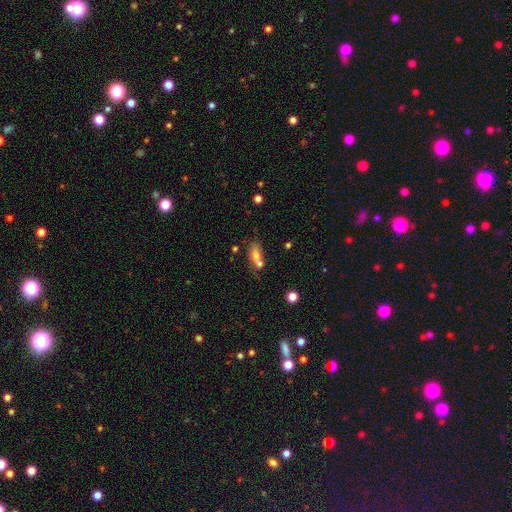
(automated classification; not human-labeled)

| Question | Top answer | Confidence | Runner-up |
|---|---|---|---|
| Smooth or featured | smooth | 69% | featured or disk (20%) |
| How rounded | in between | 76% | cigar-shaped (16%) |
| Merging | none | 42% | merger (38%) |